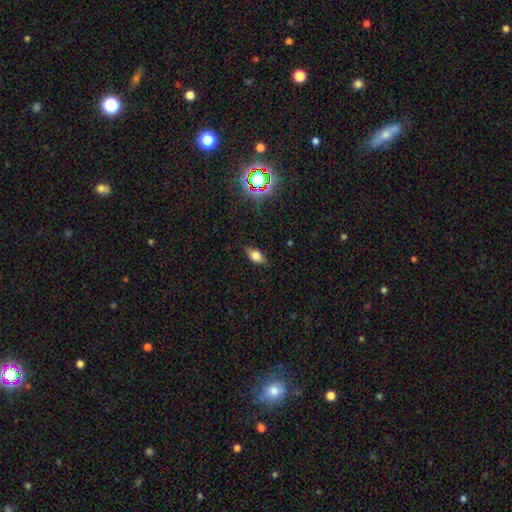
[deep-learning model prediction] smooth-or-featured: smooth: 69% | featured or disk: 18% | star or artifact: 13%
  how-rounded: in between: 84% | cigar-shaped: 10% | round: 7%
  merging: none: 83% | minor disturbance: 13% | major disturbance: 3% | merger: 1%